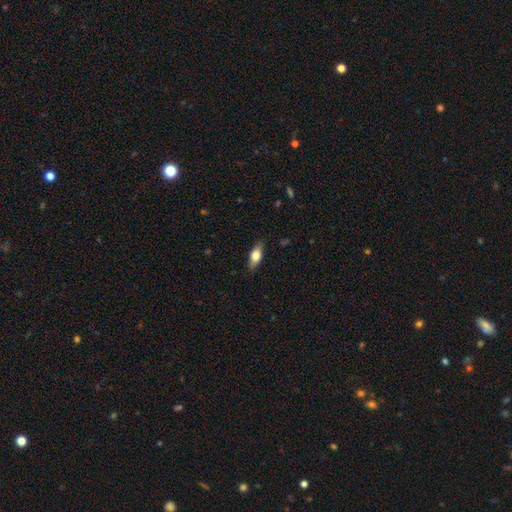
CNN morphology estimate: A smooth galaxy with no disk features (62%) that is in between round and cigar-shaped (72%). Merging: none (86%).